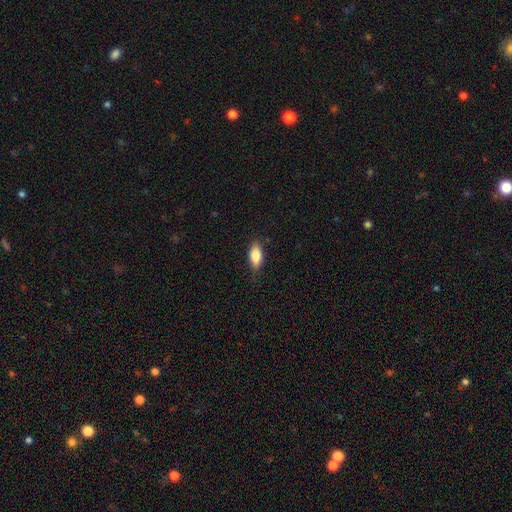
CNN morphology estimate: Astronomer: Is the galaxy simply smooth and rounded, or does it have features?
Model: smooth — 79%.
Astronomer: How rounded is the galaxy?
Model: in between — 83%.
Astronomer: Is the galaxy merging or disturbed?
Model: none — 82%.